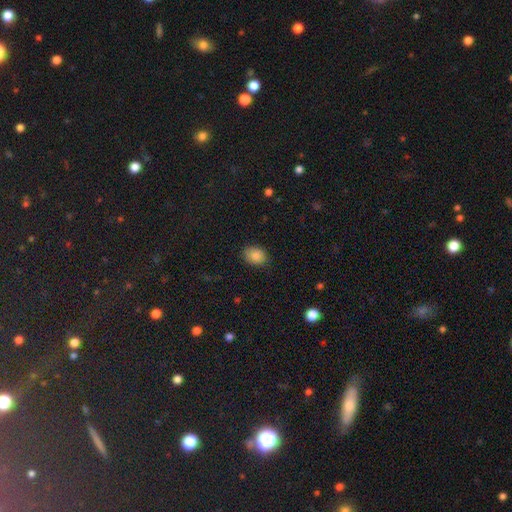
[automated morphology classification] type=smooth (85%); roundness=in between (63%); merging=none (82%).